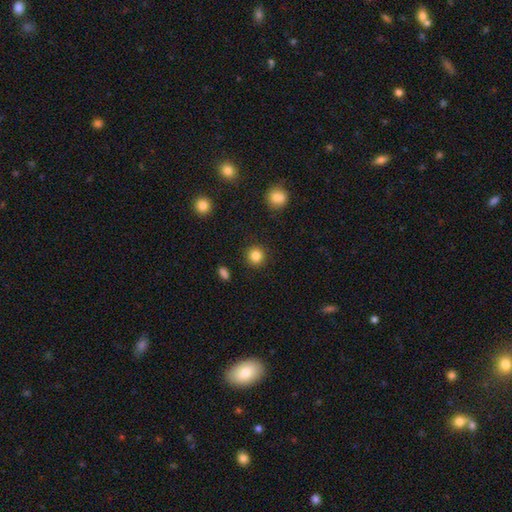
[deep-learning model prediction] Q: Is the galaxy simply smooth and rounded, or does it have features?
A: smooth — 85%.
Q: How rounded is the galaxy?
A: round — 93%.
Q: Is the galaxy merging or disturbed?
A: none — 91%.